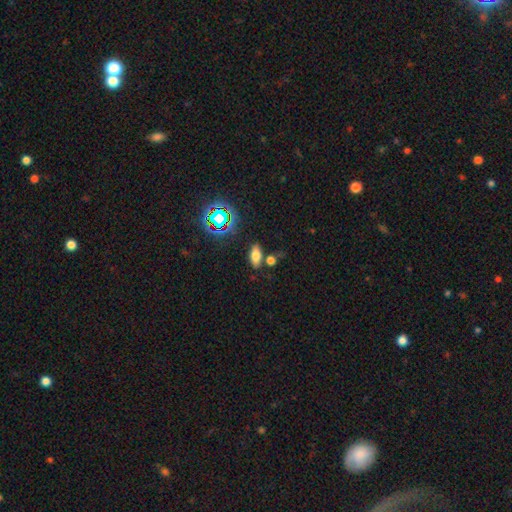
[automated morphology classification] A smooth galaxy with no disk features (70%) that is in between round and cigar-shaped (88%).

Vote fractions:
- Smooth or featured? smooth: 70% / star or artifact: 18% / featured or disk: 12%
- How rounded? in between: 88% / cigar-shaped: 6% / round: 6%
- Merging? none: 75% / minor disturbance: 11% / merger: 10% / major disturbance: 4%